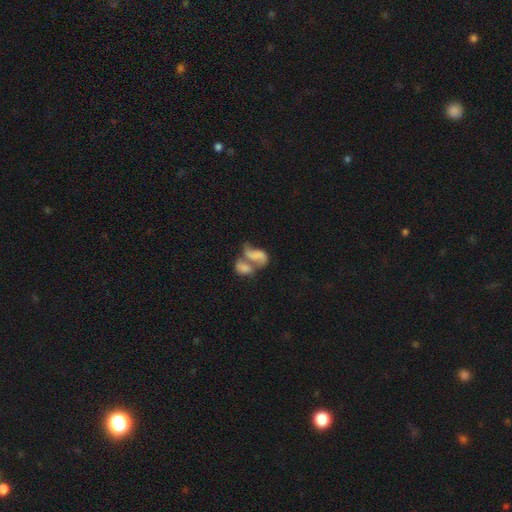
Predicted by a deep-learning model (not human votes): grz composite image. It shows a smooth galaxy with no disk features (48%). Merging: merger (75%).